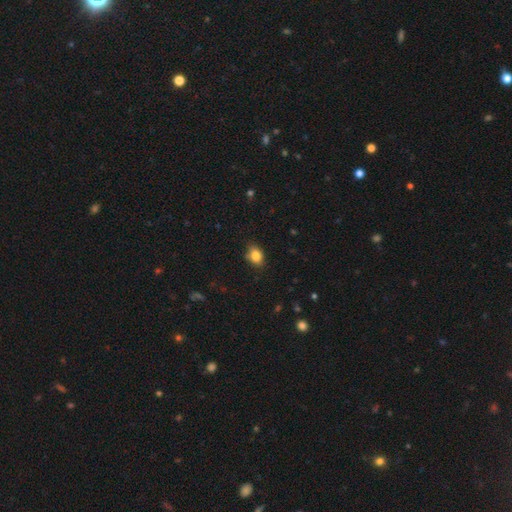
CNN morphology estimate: smooth 84%, star or artifact 9%, featured or disk 6%. Down the decision tree: how rounded — in between (70%); merging — none (78%).